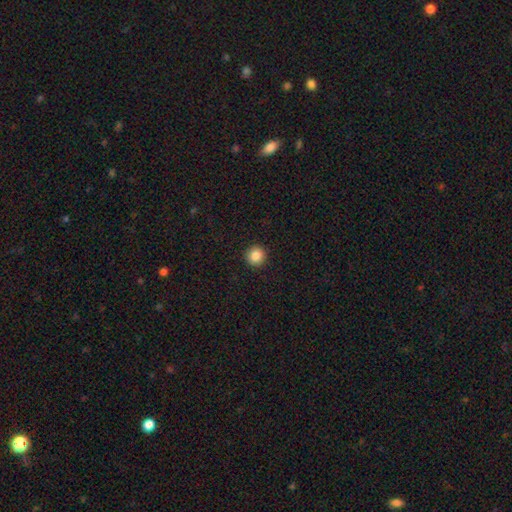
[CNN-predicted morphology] Smooth or featured? Predicted: smooth (p=0.86). How rounded? Predicted: round (p=0.96). Merging? Predicted: none (p=0.94).